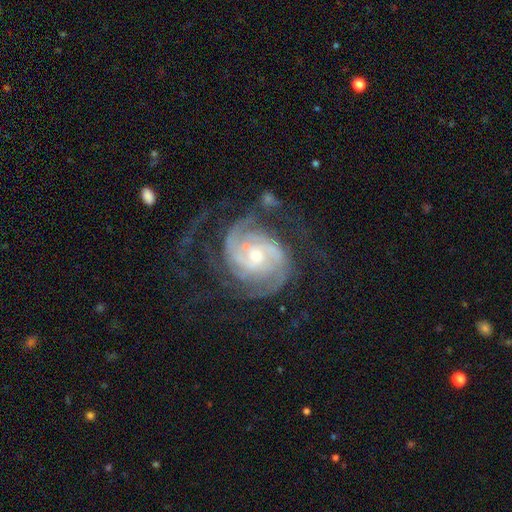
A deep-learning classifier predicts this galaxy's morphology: This appears to be a featured or disk galaxy (91%) with no bar (61%), 2 (41%) tight (54%) spiral arms (98%) and a small central bulge (58%). Merging: none (62%).